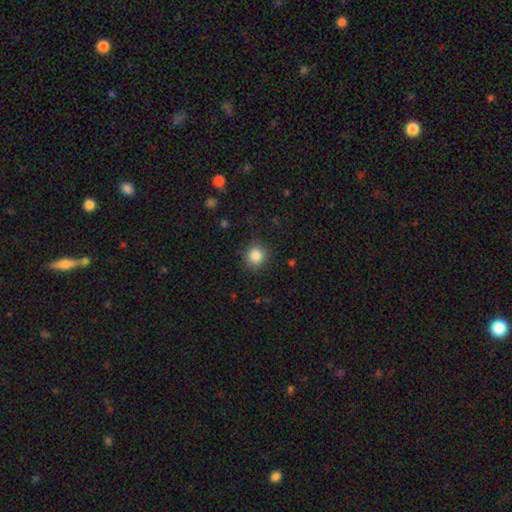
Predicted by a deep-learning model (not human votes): Smooth or featured? Predicted: smooth (p=0.85). How rounded? Predicted: round (p=0.91). Merging? Predicted: none (p=0.88).